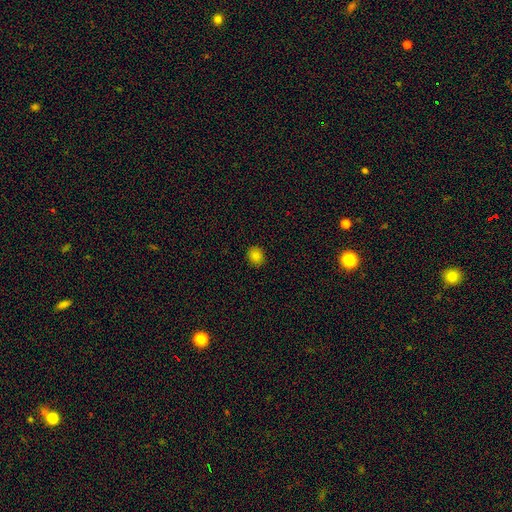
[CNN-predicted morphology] Overall: smooth (81%). How rounded: round (79%). Merging: none (91%).